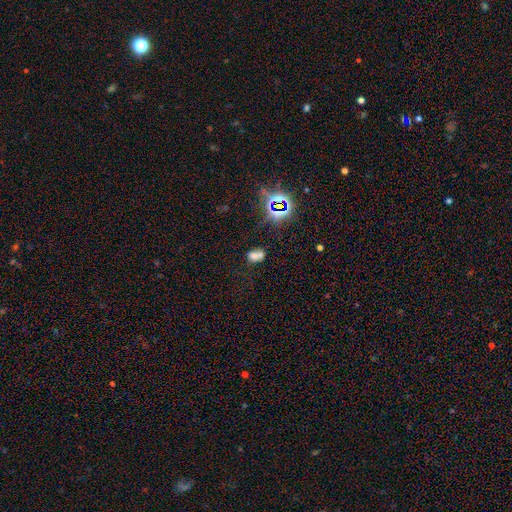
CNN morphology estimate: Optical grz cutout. It shows a smooth galaxy with no disk features (59%) that is in between round and cigar-shaped (61%). Merging: merger (52%).